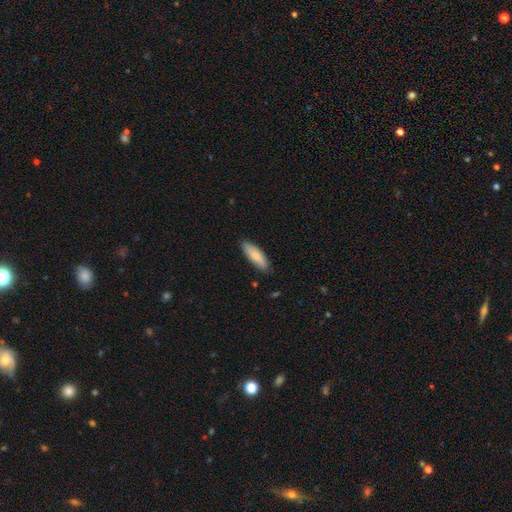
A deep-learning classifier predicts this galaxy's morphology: Overall: smooth (77%). How rounded: in between (51%; cigar-shaped 47%). Merging: none (83%).